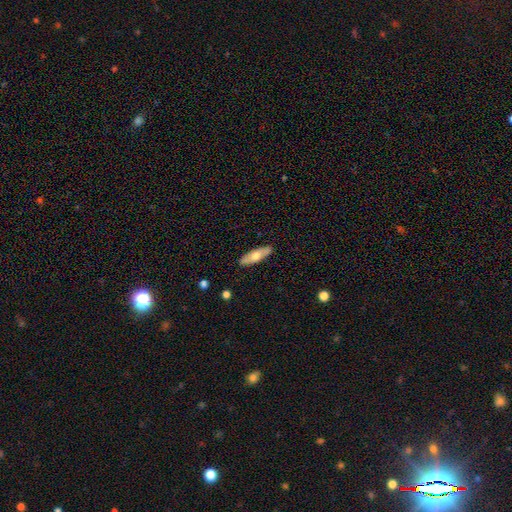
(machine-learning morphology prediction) Smooth or featured? smooth (57%)
How rounded? in between (51%)
Merging? none (89%)